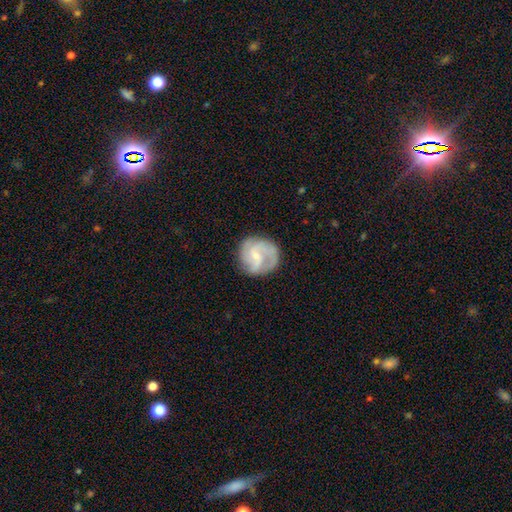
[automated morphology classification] Smooth or featured?
  - featured or disk: 77% *
  - smooth: 17%
  - star or artifact: 6%
Edge-on disk?
  - no: 98% *
  - yes: 2%
Bar?
  - no: 50% *
  - weak: 43%
  - strong: 7%
Spiral arms?
  - yes: 95% *
  - no: 5%
Spiral winding?
  - medium: 47% *
  - tight: 36%
  - loose: 17%
Spiral arm count?
  - 3: 43% *
  - 2: 25%
  - can't tell: 16%
  - 4: 7%
  - 1: 5%
  - more than 4: 4%
Bulge size?
  - small: 69% *
  - moderate: 23%
  - none: 5%
  - large: 1%
  - dominant: 1%
Merging?
  - none: 74% *
  - minor disturbance: 17%
  - major disturbance: 8%
  - merger: 1%